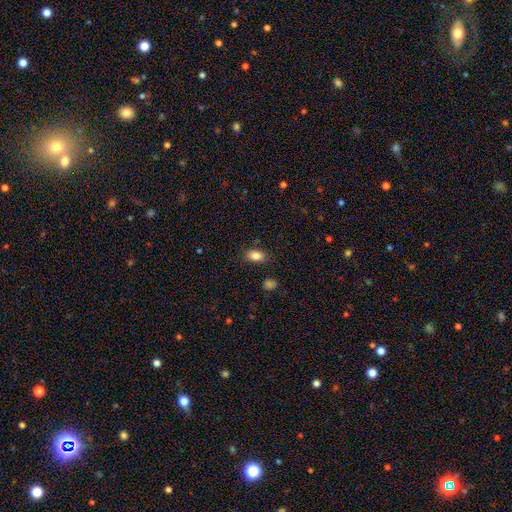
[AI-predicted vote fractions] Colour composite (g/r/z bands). It shows a smooth galaxy with no disk features (85%) that is in between round and cigar-shaped (87%). Merging: none (84%).